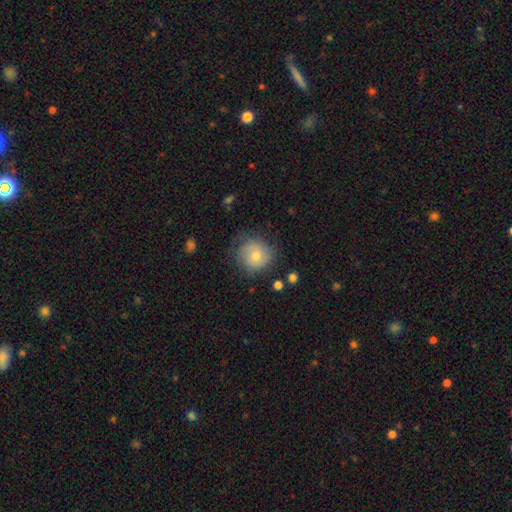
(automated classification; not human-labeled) Morphology: type=smooth (63%); roundness=round (87%); merging=none (68%).